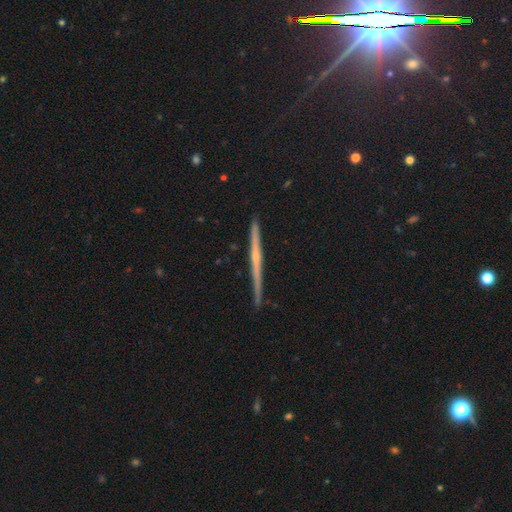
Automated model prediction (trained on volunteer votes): Morphology: type=featured or disk (71%); edge-on=yes (97%); edge-on bulge=rounded (50%); merging=none (89%).